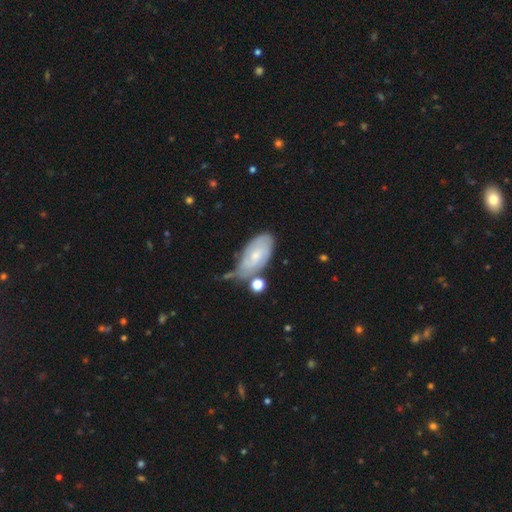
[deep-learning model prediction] smooth_or_featured: featured or disk (p=0.47) [alt: smooth p=0.46]
merging: none (p=0.39) [alt: minor disturbance p=0.34]